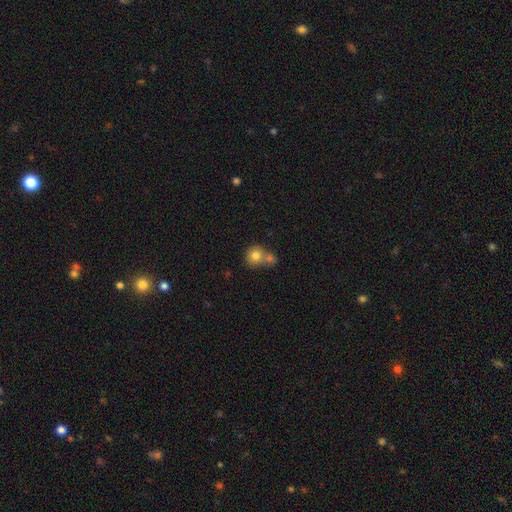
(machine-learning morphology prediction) Smooth or featured? smooth (78%)
How rounded? round (84%)
Merging? merger (52%)